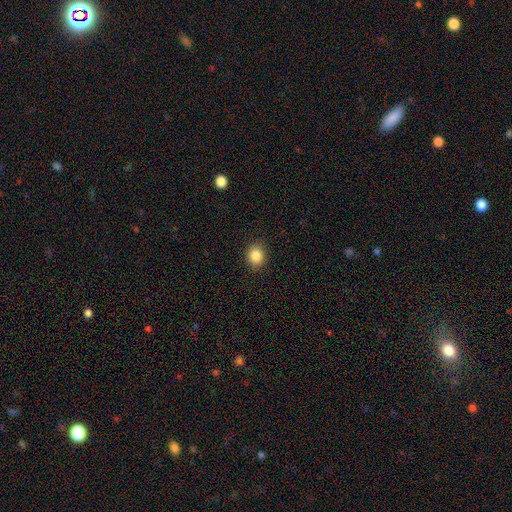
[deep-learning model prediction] Smooth or featured? smooth (85%)
How rounded? round (66%)
Merging? none (90%)